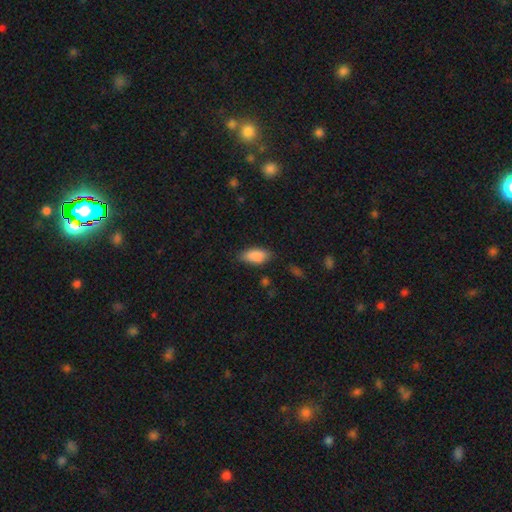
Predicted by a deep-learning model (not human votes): smooth-or-featured: smooth: 87% | star or artifact: 7% | featured or disk: 6%
  how-rounded: in between: 88% | cigar-shaped: 9% | round: 3%
  merging: none: 75% | minor disturbance: 19% | major disturbance: 4% | merger: 2%